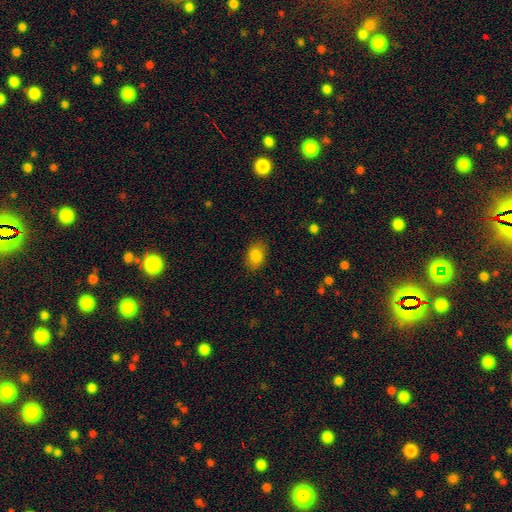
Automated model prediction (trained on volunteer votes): Overall: smooth (83%). How rounded: in between (77%). Merging: none (84%).